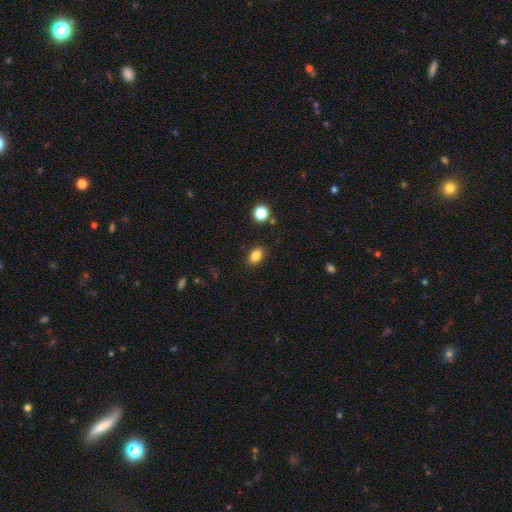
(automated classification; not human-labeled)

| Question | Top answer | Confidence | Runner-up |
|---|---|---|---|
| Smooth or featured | smooth | 85% | star or artifact (11%) |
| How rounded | in between | 80% | round (19%) |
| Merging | none | 87% | minor disturbance (9%) |